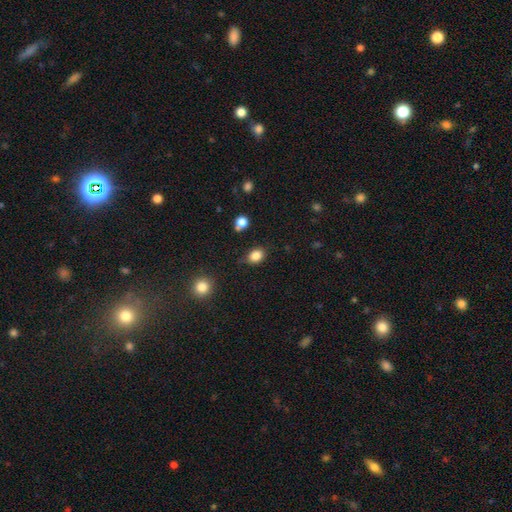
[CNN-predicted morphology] This appears to be a smooth galaxy with no disk features (84%) that is in between round and cigar-shaped (66%). Merging: none (79%).